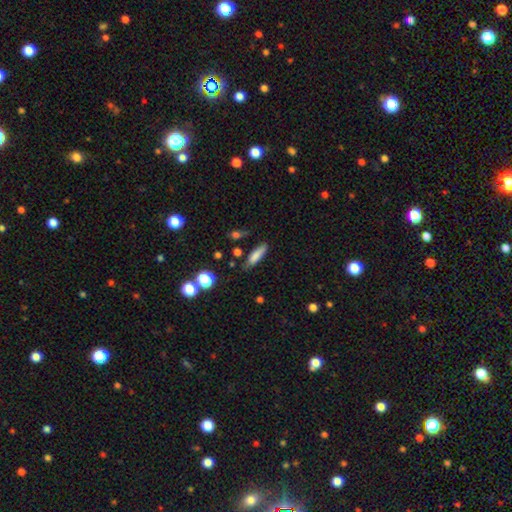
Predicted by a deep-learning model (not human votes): smooth-or-featured: smooth: 79% | featured or disk: 12% | star or artifact: 9%
  how-rounded: cigar-shaped: 64% | in between: 33% | round: 3%
  merging: none: 71% | minor disturbance: 20% | major disturbance: 5% | merger: 4%